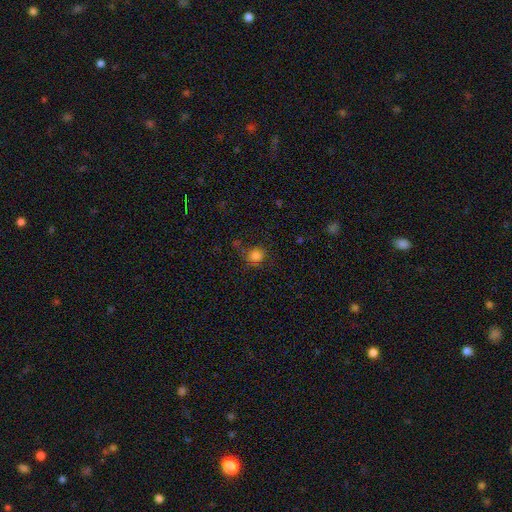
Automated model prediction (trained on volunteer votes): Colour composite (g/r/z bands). It shows a smooth galaxy with no disk features (80%) that is round (88%). Merging: none (72%).